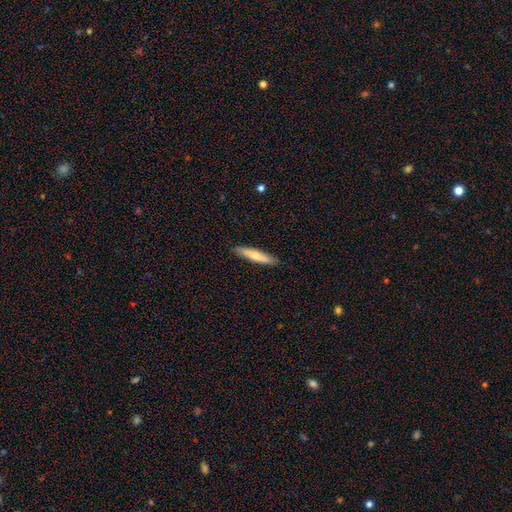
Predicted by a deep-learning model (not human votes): The model was most divided on "smooth or featured": smooth: 60%, featured or disk: 35%, star or artifact: 6%. More confident: how rounded — cigar-shaped (89%); merging — none (88%).